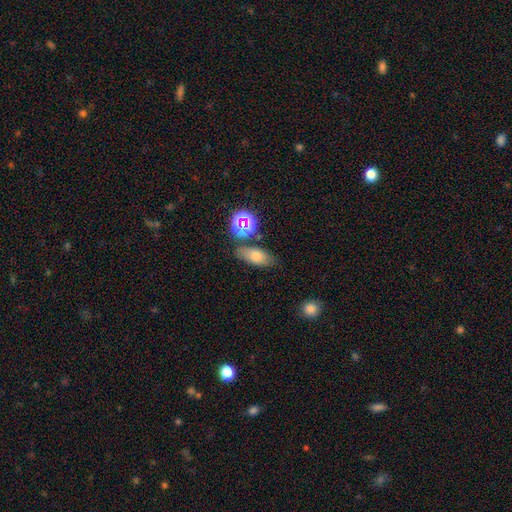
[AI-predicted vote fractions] smooth 66%, featured or disk 18%, star or artifact 16%. Down the decision tree: how rounded — in between (77%); merging — none (74%).